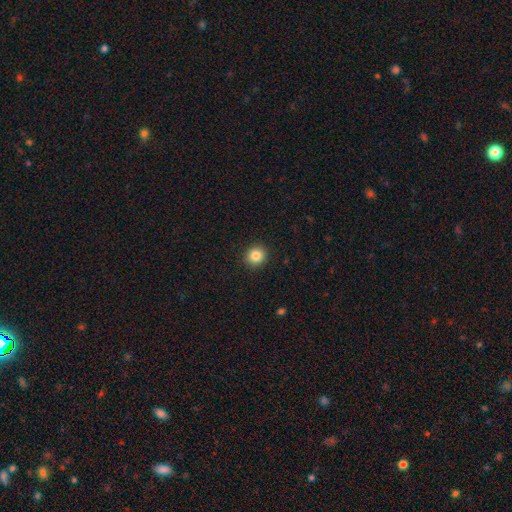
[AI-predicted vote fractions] Q: Smooth or featured?
A: smooth (85%); runner-up: star or artifact (10%)
Q: How rounded?
A: round (89%); runner-up: in between (10%)
Q: Merging?
A: none (92%); runner-up: minor disturbance (5%)